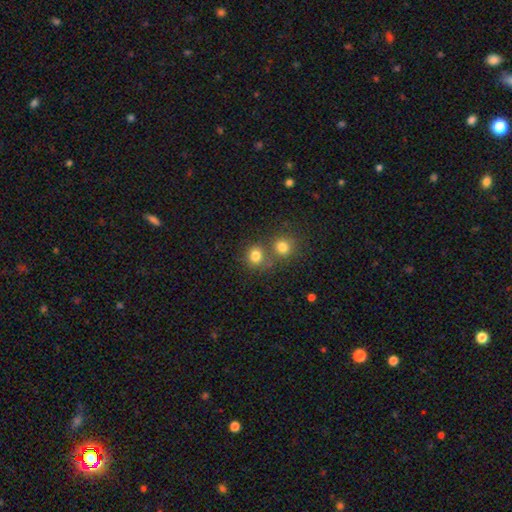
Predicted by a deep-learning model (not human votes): smooth 80%, star or artifact 13%, featured or disk 7%. Down the decision tree: how rounded — round (80%); merging — none (56%).